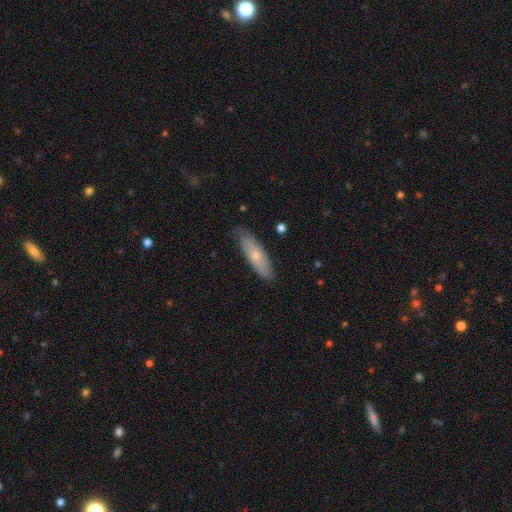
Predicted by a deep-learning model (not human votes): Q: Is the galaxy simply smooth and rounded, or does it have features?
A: smooth — 56%.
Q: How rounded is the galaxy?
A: cigar-shaped — 59%.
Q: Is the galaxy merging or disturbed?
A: none — 75%.